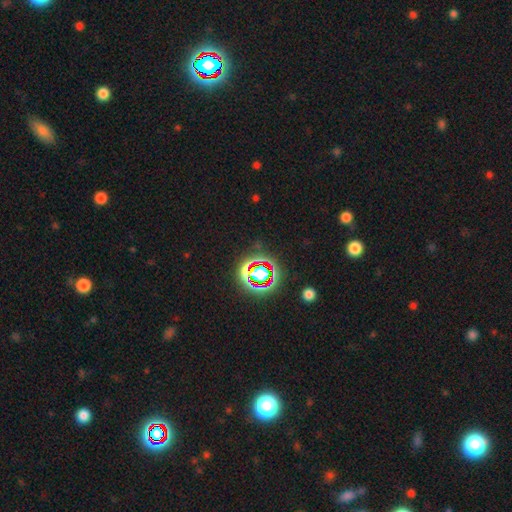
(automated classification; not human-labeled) The model was most divided on "smooth or featured": star or artifact: 79%, smooth: 13%, featured or disk: 8%.